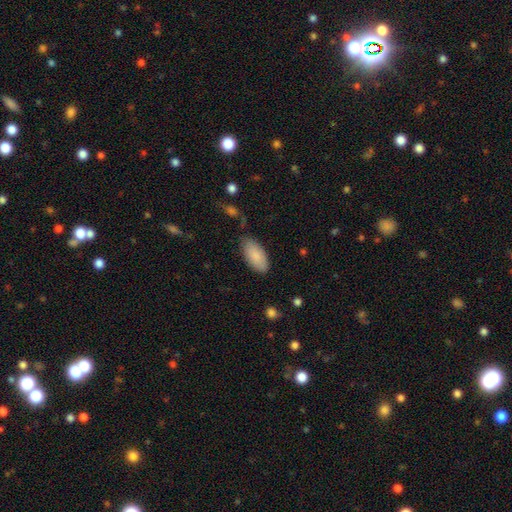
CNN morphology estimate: Smooth or featured? Predicted: smooth (p=0.86). How rounded? Predicted: in between (p=0.92). Merging? Predicted: none (p=0.76).